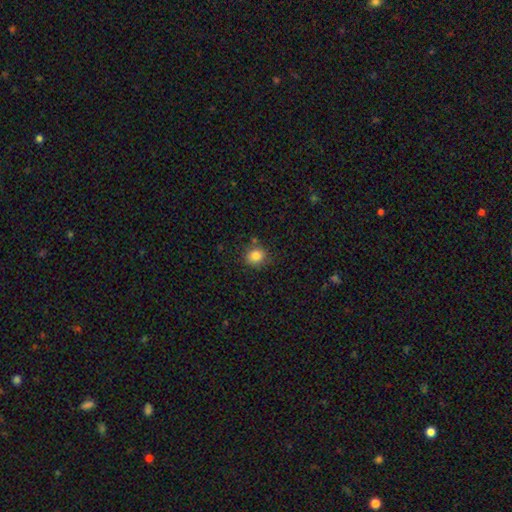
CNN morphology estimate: Smooth or featured? smooth (83%)
How rounded? round (78%)
Merging? none (79%)